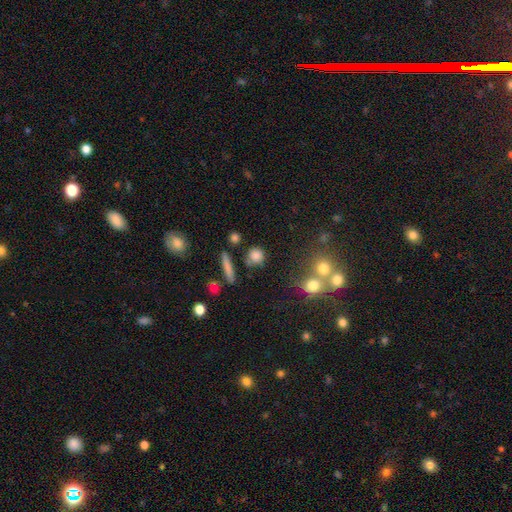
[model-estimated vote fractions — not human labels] A smooth galaxy with no disk features (80%) that is round (82%).

Vote fractions:
- Smooth or featured? smooth: 80% / star or artifact: 11% / featured or disk: 9%
- How rounded? round: 82% / in between: 13% / cigar-shaped: 5%
- Merging? none: 71% / minor disturbance: 13% / merger: 11% / major disturbance: 5%